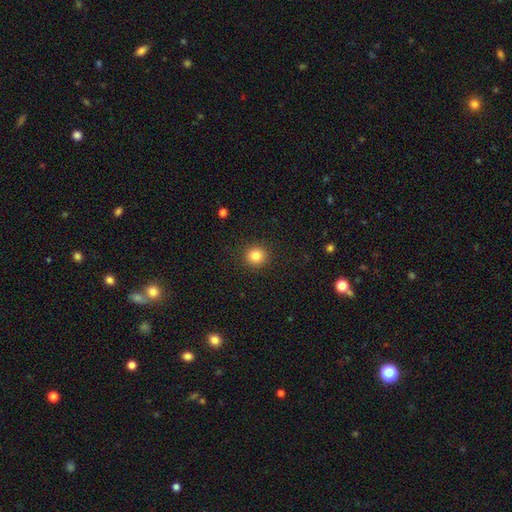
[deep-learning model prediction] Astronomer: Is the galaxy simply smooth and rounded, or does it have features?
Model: smooth — 84%.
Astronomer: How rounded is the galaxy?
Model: round — 92%.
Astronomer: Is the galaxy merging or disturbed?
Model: none — 91%.